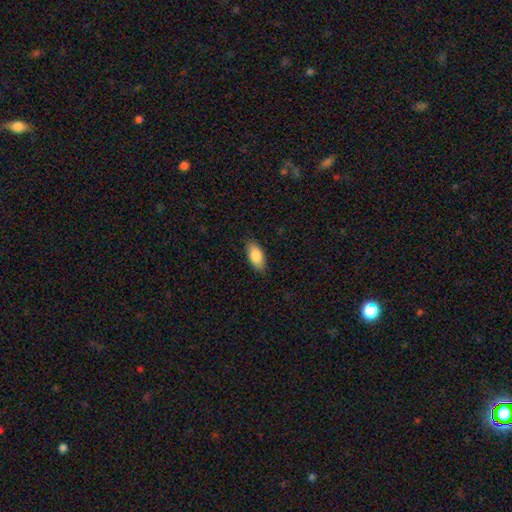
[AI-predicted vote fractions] Smooth or featured?
  - smooth: 86% *
  - featured or disk: 8%
  - star or artifact: 6%
How rounded?
  - in between: 89% *
  - cigar-shaped: 9%
  - round: 2%
Merging?
  - none: 87% *
  - minor disturbance: 10%
  - major disturbance: 2%
  - merger: 1%